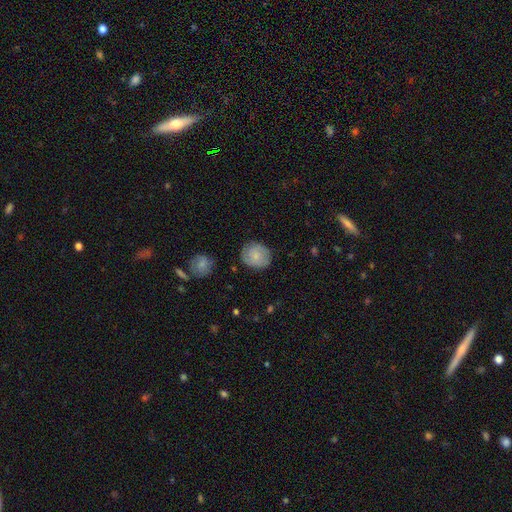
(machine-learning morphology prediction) A smooth galaxy with no disk features (74%) that is round (72%).

Vote fractions:
- Smooth or featured? smooth: 74% / featured or disk: 19% / star or artifact: 7%
- How rounded? round: 72% / in between: 27% / cigar-shaped: 1%
- Merging? none: 80% / minor disturbance: 15% / major disturbance: 4% / merger: 1%